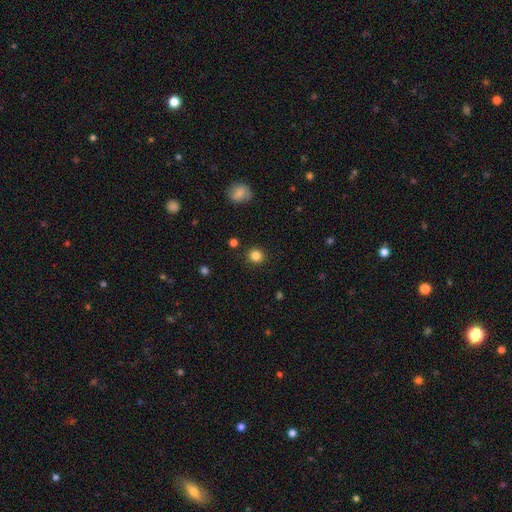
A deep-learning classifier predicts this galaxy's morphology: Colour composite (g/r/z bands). It shows a smooth galaxy with no disk features (84%) that is round (90%). Merging: none (90%).